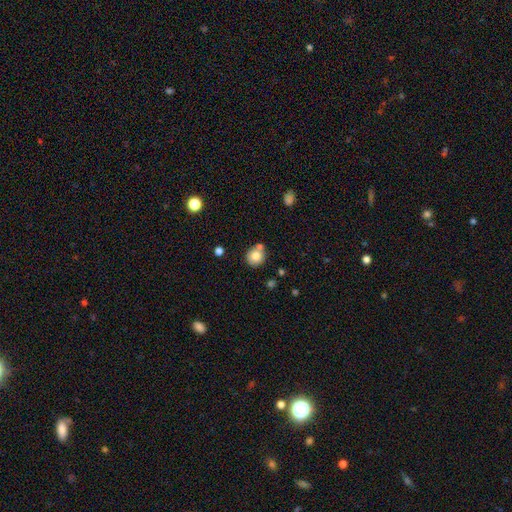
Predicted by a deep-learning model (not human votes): This appears to be a smooth galaxy with no disk features (78%) that is round (89%). Merging: none (67%).